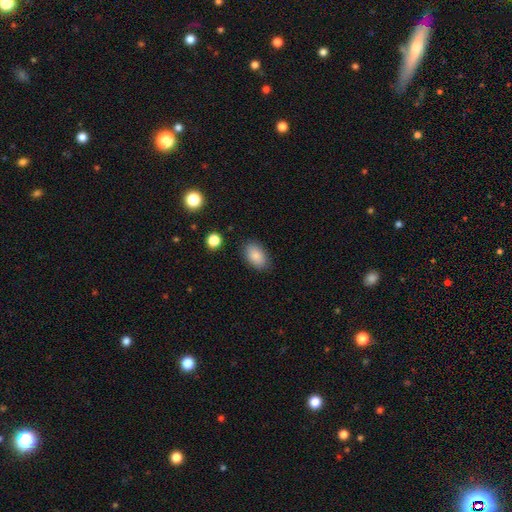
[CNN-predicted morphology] Smooth or featured: smooth — 86% (star or artifact — 8%)
How rounded: in between — 90% (round — 8%)
Merging: none — 84% (minor disturbance — 11%)